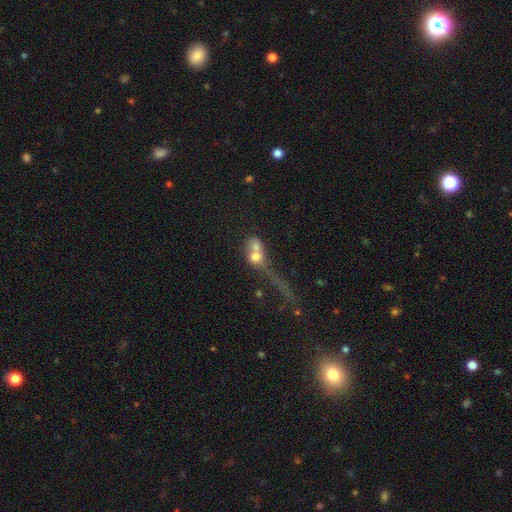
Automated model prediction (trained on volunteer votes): Smooth or featured? Predicted: smooth (p=0.61). How rounded? Predicted: round (p=0.47). Merging? Predicted: merger (p=0.62).